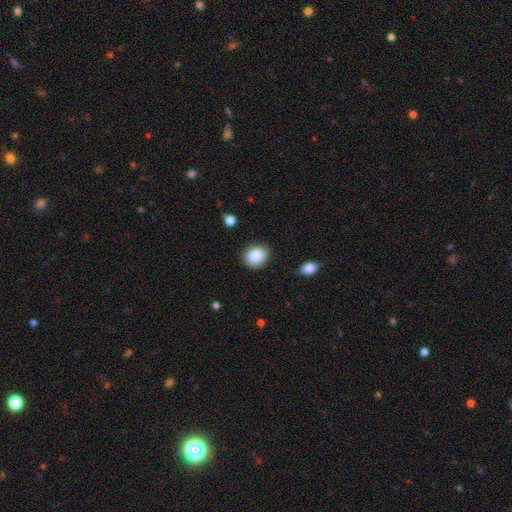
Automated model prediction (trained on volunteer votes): Morphology: type=smooth (87%); roundness=round (60%); merging=none (85%).